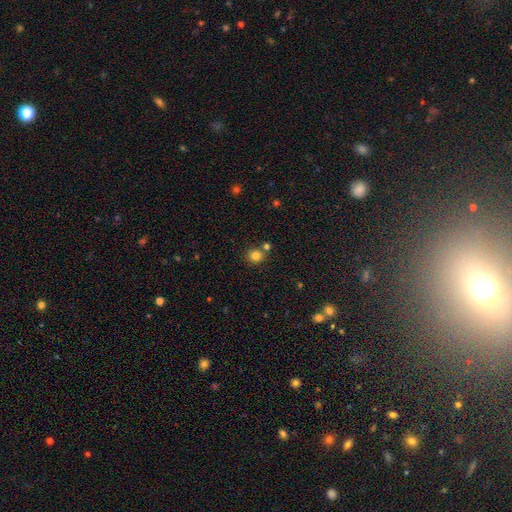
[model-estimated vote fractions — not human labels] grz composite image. It shows a smooth galaxy with no disk features (81%) that is round (86%). Merging: none (75%).